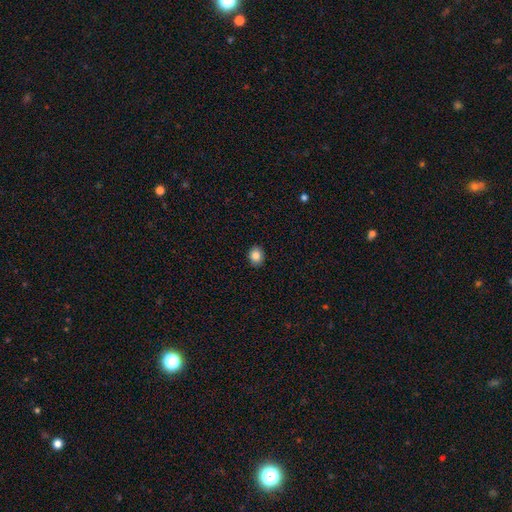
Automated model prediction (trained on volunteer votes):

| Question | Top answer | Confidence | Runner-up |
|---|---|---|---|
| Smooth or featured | smooth | 84% | star or artifact (9%) |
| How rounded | round | 59% | in between (40%) |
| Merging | none | 91% | minor disturbance (7%) |